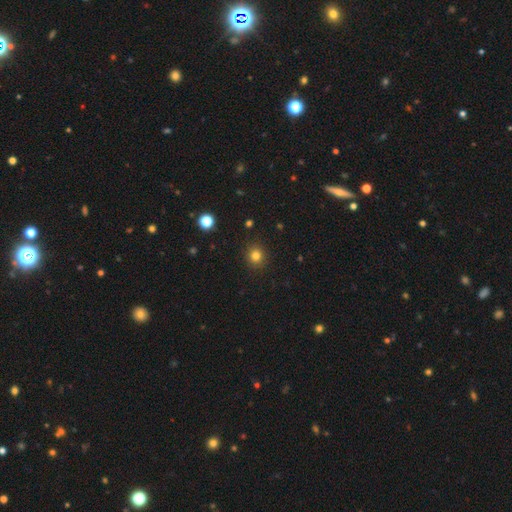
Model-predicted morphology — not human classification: This is clearly a smooth galaxy (81%). How rounded: clearly round (86%). Merging: clearly none (90%).